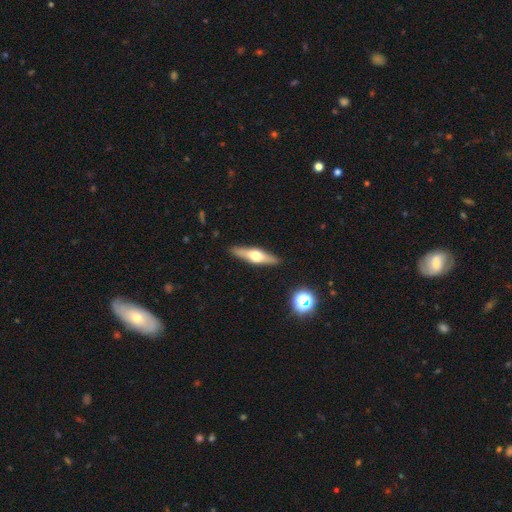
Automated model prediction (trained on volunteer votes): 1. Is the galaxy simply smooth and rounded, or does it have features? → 59% featured or disk, 34% smooth, 6% star or artifact.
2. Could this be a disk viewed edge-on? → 94% yes, 6% no.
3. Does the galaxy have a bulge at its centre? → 94% rounded, 4% boxy, 2% none.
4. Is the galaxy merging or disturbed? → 90% none, 7% minor disturbance, 2% major disturbance, 1% merger.